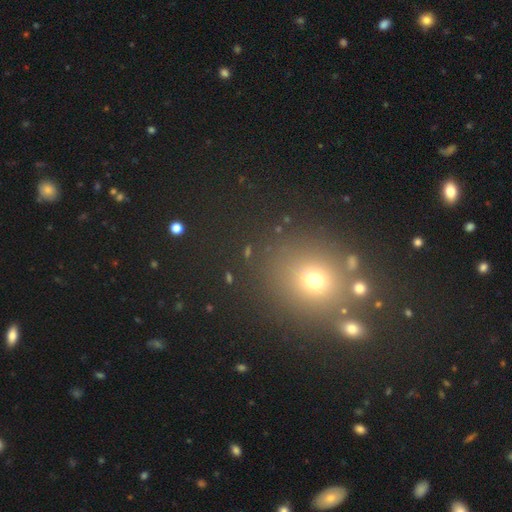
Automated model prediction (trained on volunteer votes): Smooth or featured? smooth (56%)
How rounded? round (73%)
Merging? none (81%)